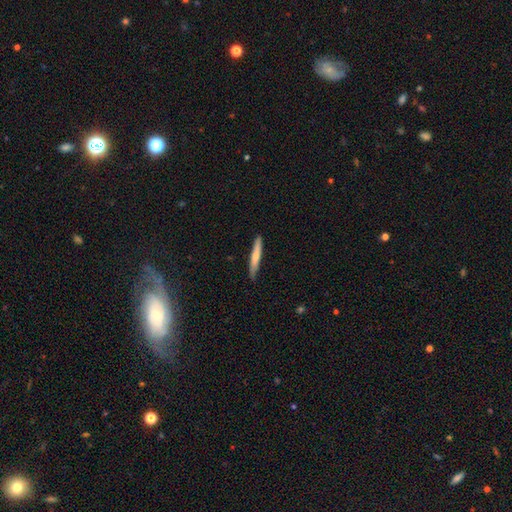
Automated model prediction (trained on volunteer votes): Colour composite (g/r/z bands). It shows a smooth galaxy with no disk features (67%) that is cigar-shaped (95%). Merging: none (85%).